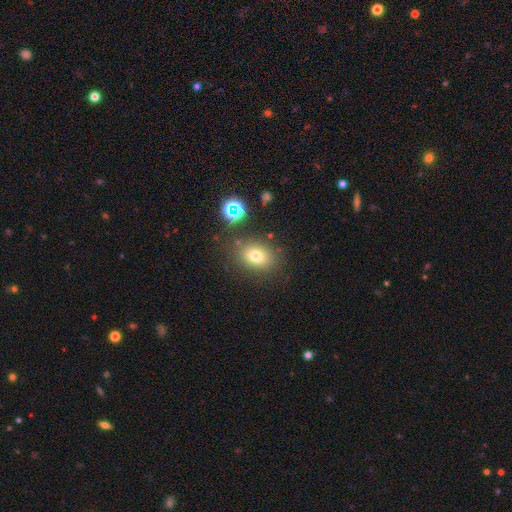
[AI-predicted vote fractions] Morphology: type=smooth (75%); roundness=in between (66%); merging=none (79%).